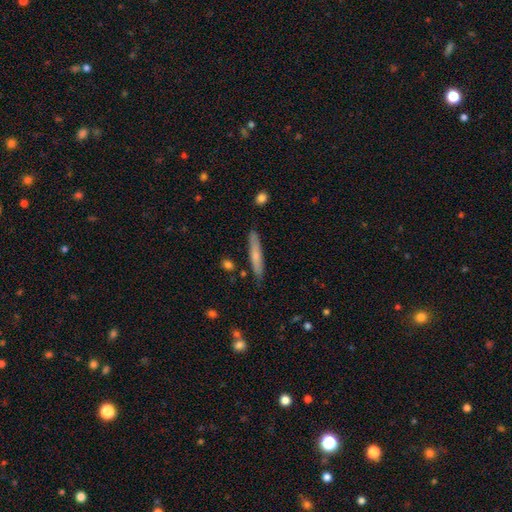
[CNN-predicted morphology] smooth-or-featured: smooth: 66% | featured or disk: 28% | star or artifact: 6%
  how-rounded: cigar-shaped: 93% | in between: 5% | round: 1%
  merging: none: 85% | minor disturbance: 12% | merger: 2% | major disturbance: 2%